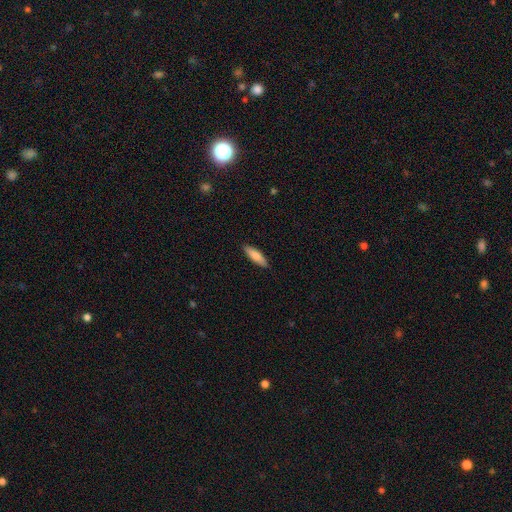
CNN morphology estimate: type=smooth (80%); roundness=cigar-shaped (59%); merging=none (89%).